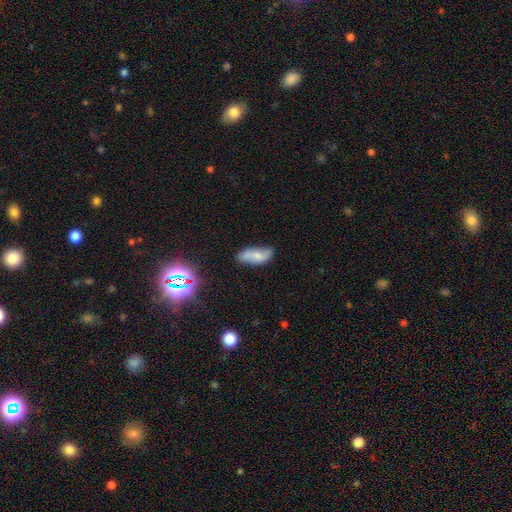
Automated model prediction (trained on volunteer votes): Q: Smooth or featured?
A: smooth (60%); runner-up: featured or disk (31%)
Q: How rounded?
A: in between (84%); runner-up: cigar-shaped (13%)
Q: Merging?
A: none (63%); runner-up: minor disturbance (27%)